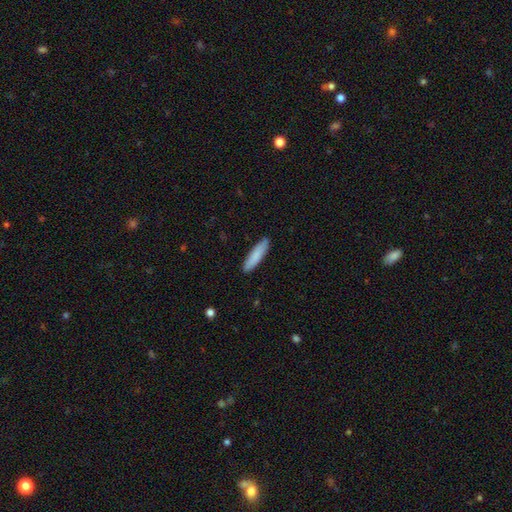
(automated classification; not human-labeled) Smooth or featured? Predicted: smooth (p=0.86). How rounded? Predicted: cigar-shaped (p=0.78). Merging? Predicted: none (p=0.90).